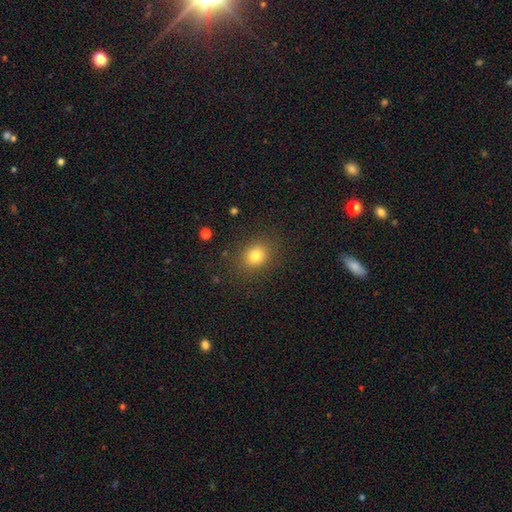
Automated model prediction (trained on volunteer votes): Morphology: type=smooth (80%); roundness=round (61%); merging=none (85%).